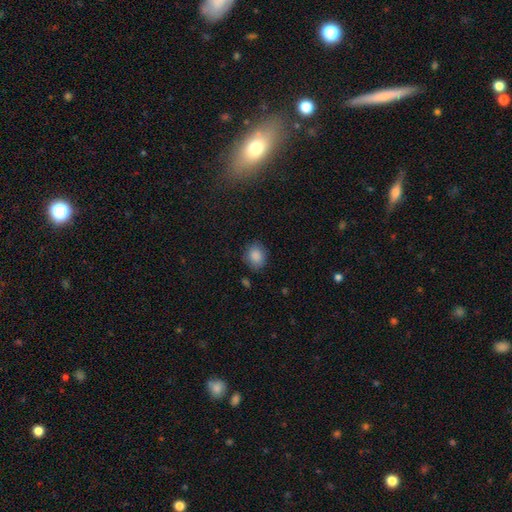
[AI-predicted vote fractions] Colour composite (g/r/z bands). It shows a smooth galaxy with no disk features (87%) that is round (63%). Merging: none (80%).